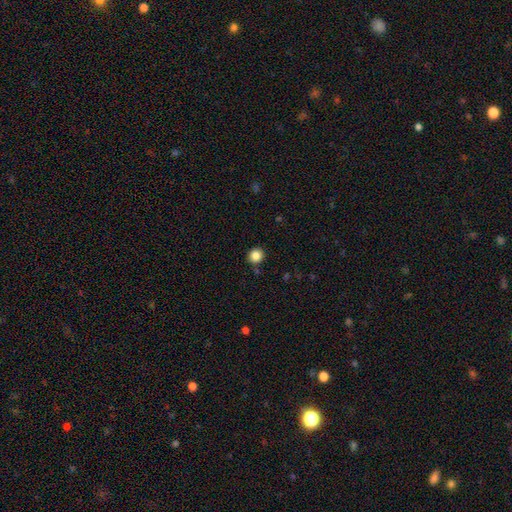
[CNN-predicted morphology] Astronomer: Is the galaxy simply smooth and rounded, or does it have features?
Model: smooth — 86%.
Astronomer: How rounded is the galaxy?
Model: round — 89%.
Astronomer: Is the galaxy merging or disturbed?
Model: none — 89%.